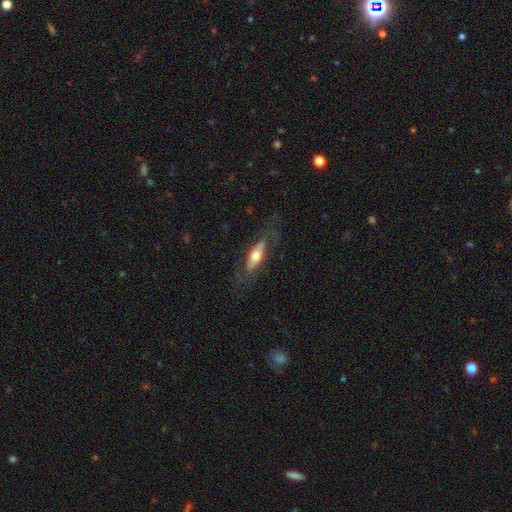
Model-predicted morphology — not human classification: Smooth or featured? Predicted: featured or disk (p=0.47, tied with smooth). Merging? Predicted: none (p=0.68).